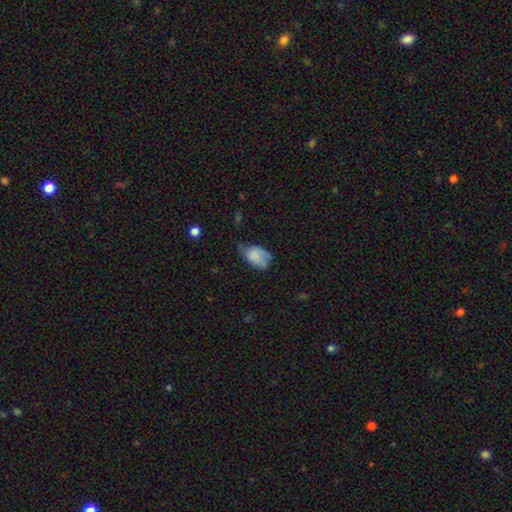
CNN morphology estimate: A smooth galaxy with no disk features (77%) that is in between round and cigar-shaped (86%).

Vote fractions:
- Smooth or featured? smooth: 77% / featured or disk: 15% / star or artifact: 8%
- How rounded? in between: 86% / round: 13% / cigar-shaped: 1%
- Merging? minor disturbance: 45% / none: 34% / major disturbance: 18% / merger: 3%